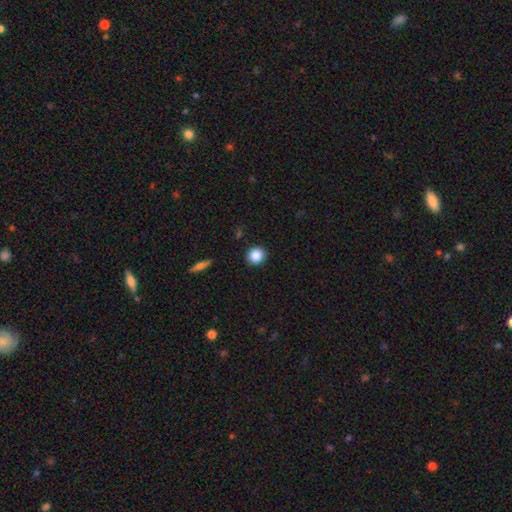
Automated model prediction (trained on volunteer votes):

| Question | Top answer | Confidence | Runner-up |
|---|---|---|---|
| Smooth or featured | smooth | 87% | star or artifact (9%) |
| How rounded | round | 91% | in between (8%) |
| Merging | none | 91% | minor disturbance (6%) |